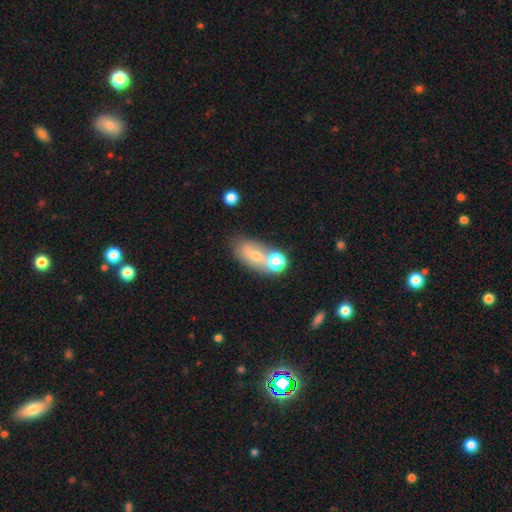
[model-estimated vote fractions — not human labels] The model was most divided on "merging": none: 39%, merger: 37%, minor disturbance: 16%, major disturbance: 9%. More confident: how rounded — in between (78%); smooth or featured — smooth (61%).